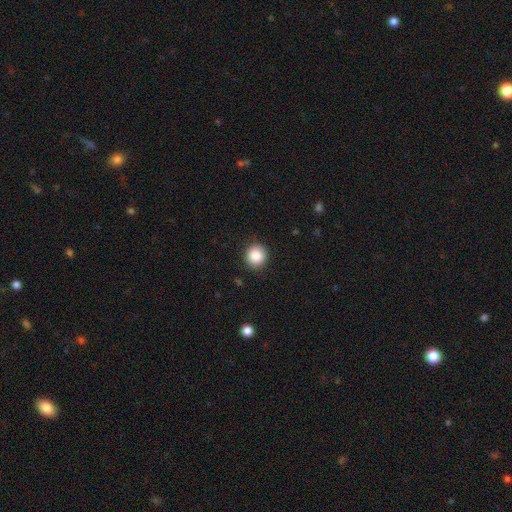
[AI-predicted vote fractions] smooth 88%, star or artifact 9%, featured or disk 3%. Down the decision tree: how rounded — round (90%); merging — none (89%).